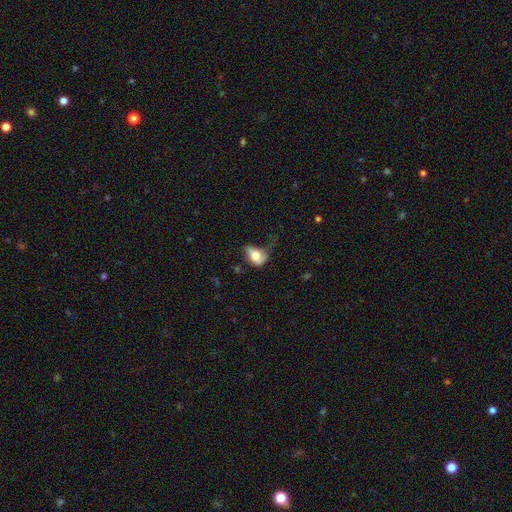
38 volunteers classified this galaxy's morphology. A smooth galaxy with no disk features (71%) that is in between round and cigar-shaped (85%).

Vote fractions:
- Smooth or featured? smooth: 71% / featured or disk: 21% / star or artifact: 8%
- How rounded? in between: 85% / round: 15% / cigar-shaped: 0%
- Merging? minor disturbance: 46% / major disturbance: 31% / none: 20% / merger: 3%